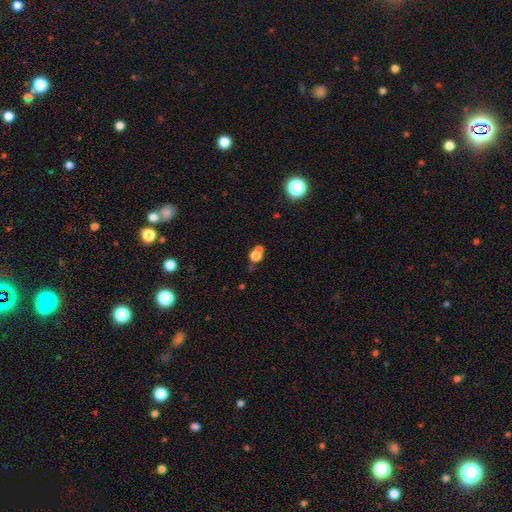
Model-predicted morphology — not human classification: Q: Smooth or featured?
A: smooth (67%); runner-up: star or artifact (18%)
Q: How rounded?
A: round (78%); runner-up: in between (21%)
Q: Merging?
A: merger (46%); runner-up: none (42%)